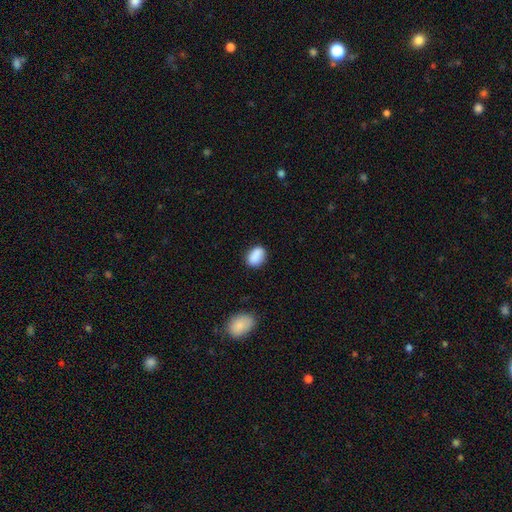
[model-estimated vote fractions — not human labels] smooth_or_featured: smooth (p=0.87) [alt: star or artifact p=0.08]
how_rounded: in between (p=0.78) [alt: round p=0.21]
merging: none (p=0.77) [alt: minor disturbance p=0.17]